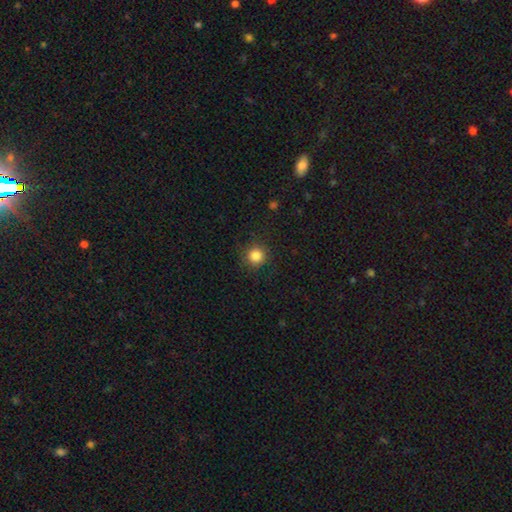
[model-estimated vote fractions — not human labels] A smooth galaxy with no disk features (84%) that is round (94%).

Vote fractions:
- Smooth or featured? smooth: 84% / star or artifact: 12% / featured or disk: 4%
- How rounded? round: 94% / in between: 5% / cigar-shaped: 1%
- Merging? none: 89% / minor disturbance: 7% / major disturbance: 3% / merger: 1%